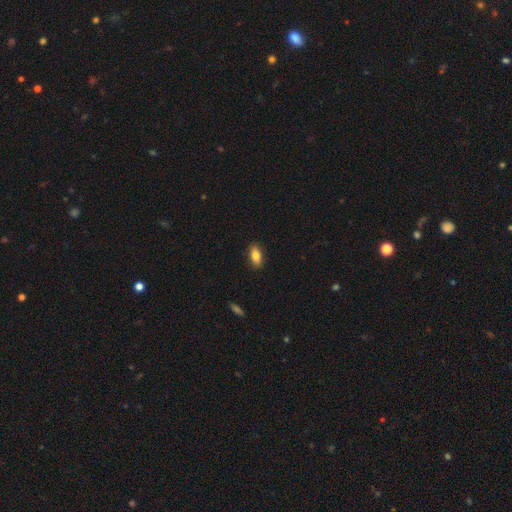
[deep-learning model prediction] smooth-or-featured: smooth: 81% | featured or disk: 11% | star or artifact: 7%
  how-rounded: in between: 87% | cigar-shaped: 10% | round: 4%
  merging: none: 88% | minor disturbance: 9% | major disturbance: 2% | merger: 1%